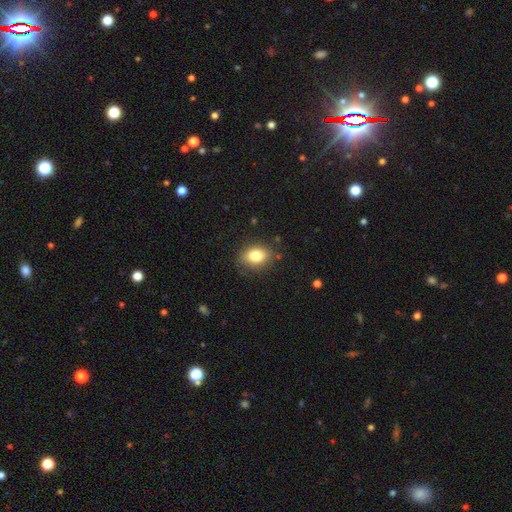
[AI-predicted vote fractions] smooth_or_featured: smooth (p=0.81) [alt: star or artifact p=0.09]
how_rounded: in between (p=0.68) [alt: round p=0.30]
merging: none (p=0.82) [alt: minor disturbance p=0.13]